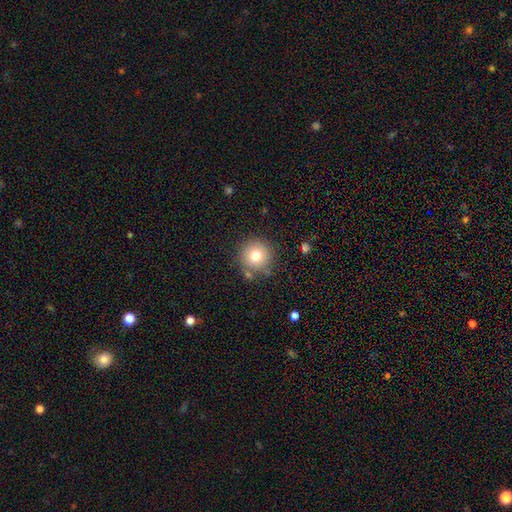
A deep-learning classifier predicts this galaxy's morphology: Overall: smooth (76%). How rounded: round (95%). Merging: none (83%).